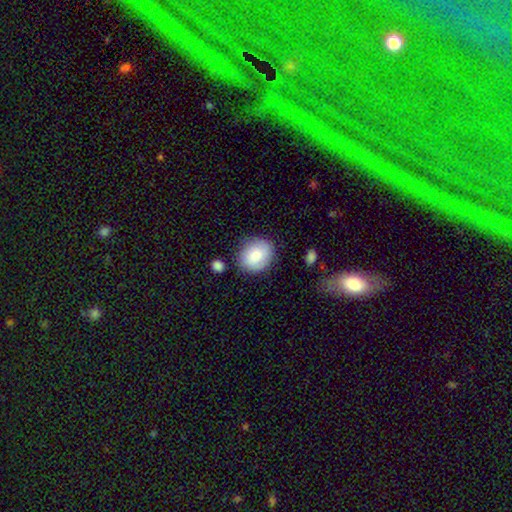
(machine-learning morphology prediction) This is likely a smooth galaxy (78%). How rounded: likely round (73%). Merging: likely none (80%).